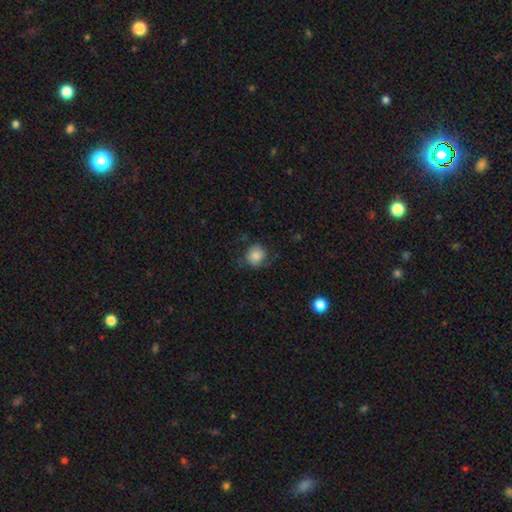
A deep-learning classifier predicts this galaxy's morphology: Smooth or featured?
  - smooth: 77% *
  - featured or disk: 15%
  - star or artifact: 8%
How rounded?
  - round: 83% *
  - in between: 16%
  - cigar-shaped: 1%
Merging?
  - none: 64% *
  - minor disturbance: 22%
  - major disturbance: 12%
  - merger: 1%